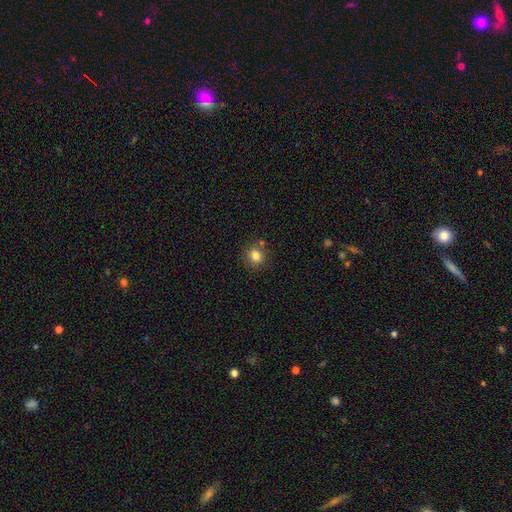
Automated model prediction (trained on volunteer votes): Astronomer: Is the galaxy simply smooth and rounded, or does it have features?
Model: smooth — 81%.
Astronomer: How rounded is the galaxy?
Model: round — 80%.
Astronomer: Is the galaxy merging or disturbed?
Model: none — 79%.